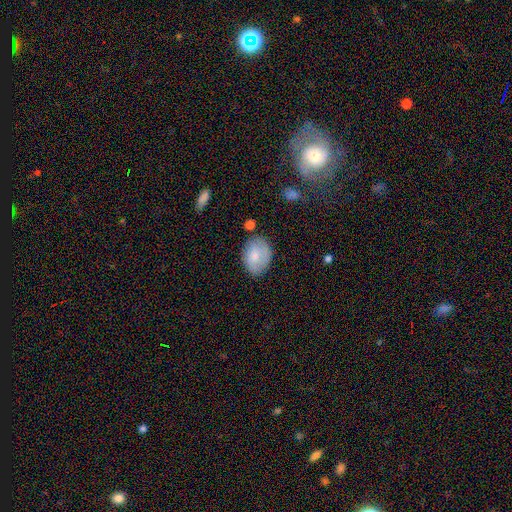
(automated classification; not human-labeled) Smooth or featured? smooth (78%)
How rounded? in between (72%)
Merging? none (74%)